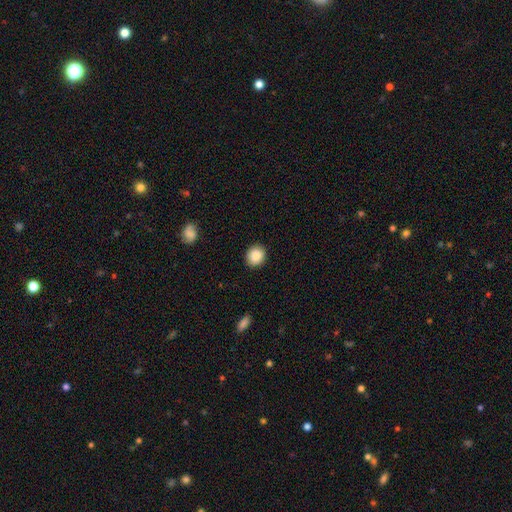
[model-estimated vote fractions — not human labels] Smooth or featured?
  - smooth: 89% *
  - star or artifact: 8%
  - featured or disk: 3%
How rounded?
  - round: 72% *
  - in between: 27%
  - cigar-shaped: 1%
Merging?
  - none: 89% *
  - minor disturbance: 7%
  - major disturbance: 2%
  - merger: 1%